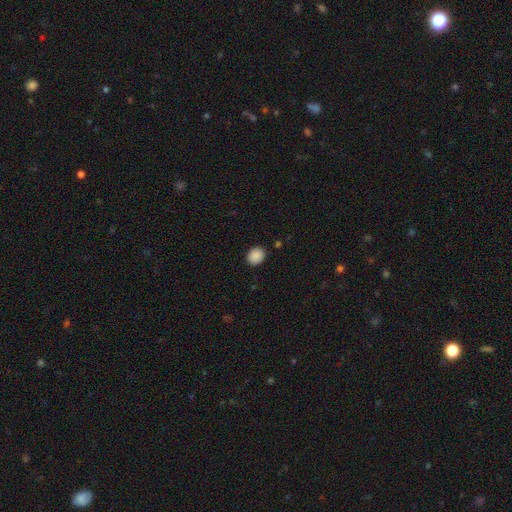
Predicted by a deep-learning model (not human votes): This is clearly a smooth galaxy (89%). How rounded: likely round (62%). Merging: clearly none (88%).